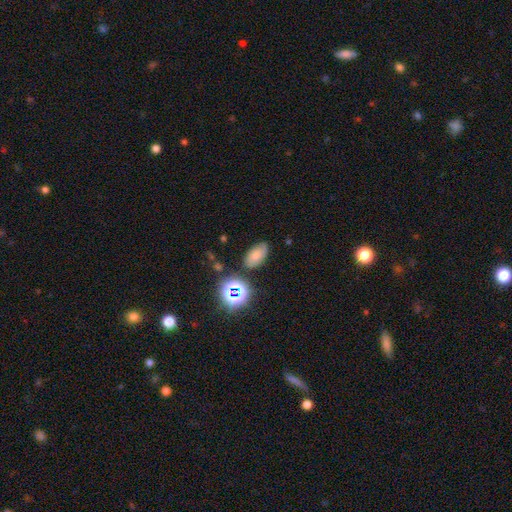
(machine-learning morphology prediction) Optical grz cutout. It shows a smooth galaxy with no disk features (62%) that is in between round and cigar-shaped (90%). Merging: none (74%).